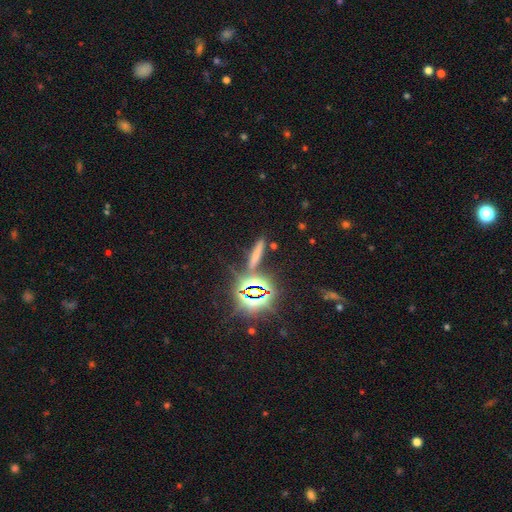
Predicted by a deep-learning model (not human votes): smooth-or-featured: smooth: 52% | star or artifact: 33% | featured or disk: 15%
  how-rounded: cigar-shaped: 83% | in between: 11% | round: 6%
  merging: none: 78% | minor disturbance: 10% | merger: 7% | major disturbance: 4%